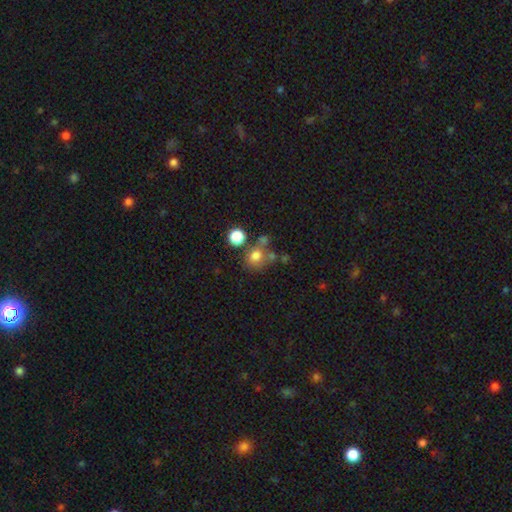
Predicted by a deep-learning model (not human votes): Overall: smooth (72%). How rounded: round (74%). Merging: none (53%; merger 26%).